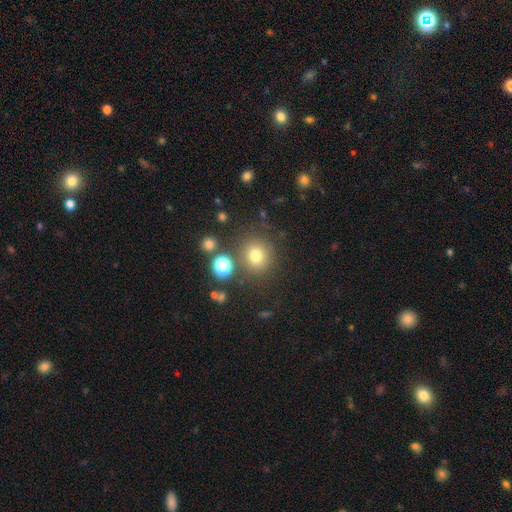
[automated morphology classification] Overall: smooth (75%). How rounded: round (88%). Merging: none (81%).